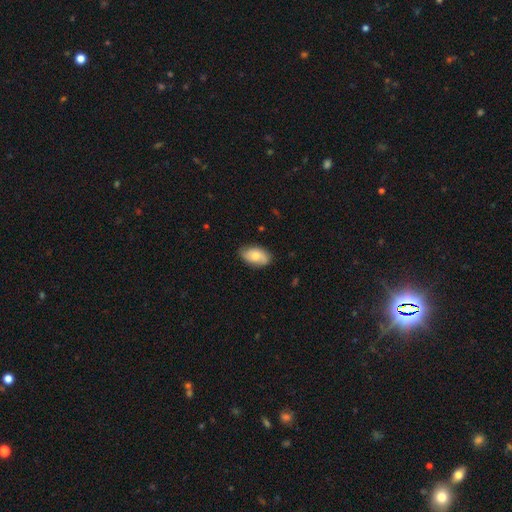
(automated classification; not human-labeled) smooth_or_featured: smooth (p=0.66) [alt: featured or disk p=0.27]
how_rounded: in between (p=0.93) [alt: round p=0.05]
merging: none (p=0.79) [alt: minor disturbance p=0.17]